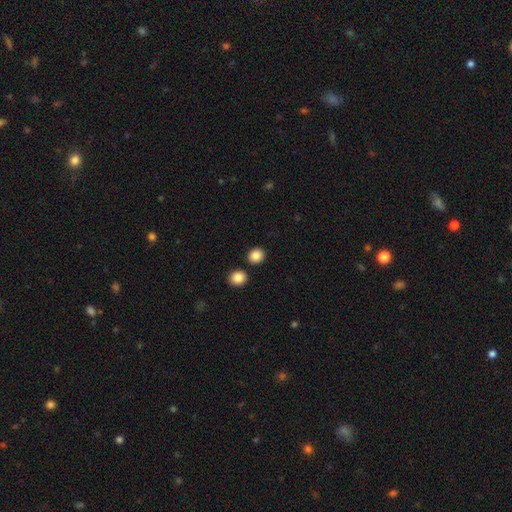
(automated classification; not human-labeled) Q: Smooth or featured?
A: smooth (86%); runner-up: star or artifact (10%)
Q: How rounded?
A: round (84%); runner-up: in between (15%)
Q: Merging?
A: none (86%); runner-up: minor disturbance (6%)